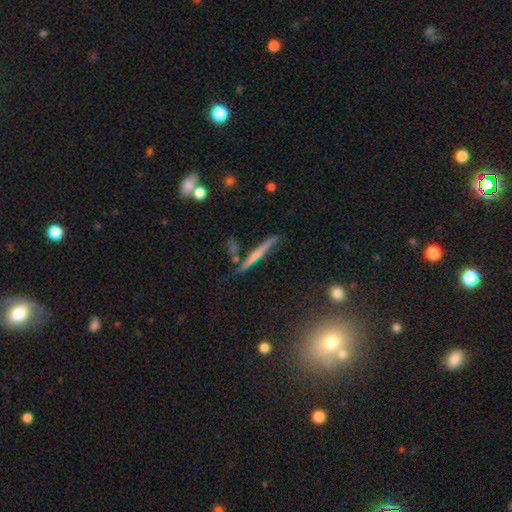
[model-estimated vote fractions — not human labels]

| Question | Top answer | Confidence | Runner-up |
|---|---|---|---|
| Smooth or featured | featured or disk | 53% | smooth (38%) |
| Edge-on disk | yes | 95% | no (5%) |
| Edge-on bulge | none | 56% | rounded (34%) |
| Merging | none | 78% | minor disturbance (14%) |